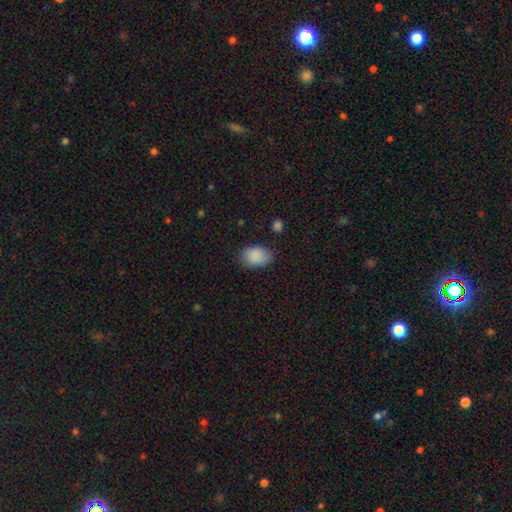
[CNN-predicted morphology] The model was most divided on "merging": none: 78%, minor disturbance: 17%, major disturbance: 4%, merger: 2%. More confident: smooth or featured — smooth (88%); how rounded — in between (83%).